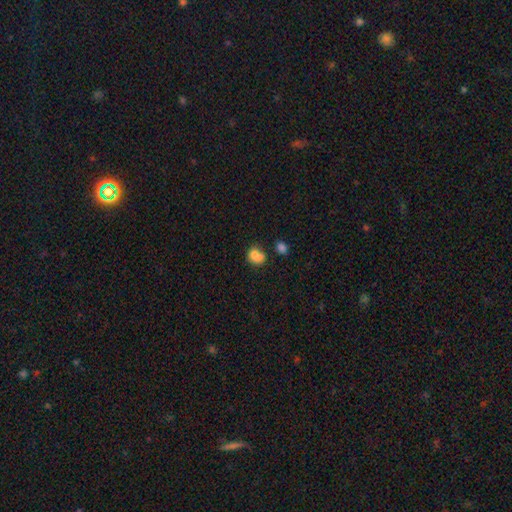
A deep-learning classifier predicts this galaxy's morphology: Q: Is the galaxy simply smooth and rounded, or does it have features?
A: smooth — 75%.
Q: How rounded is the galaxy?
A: round — 58%.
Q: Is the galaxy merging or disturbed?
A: merger — 46%.